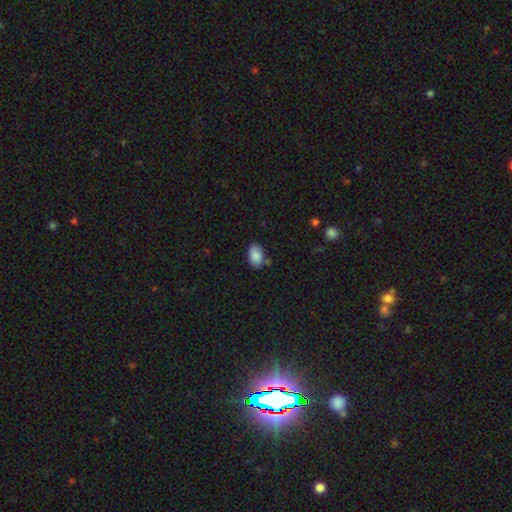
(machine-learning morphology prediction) The model was most divided on "merging": none: 75%, minor disturbance: 18%, merger: 4%, major disturbance: 3%. More confident: smooth or featured — smooth (87%); how rounded — in between (87%).